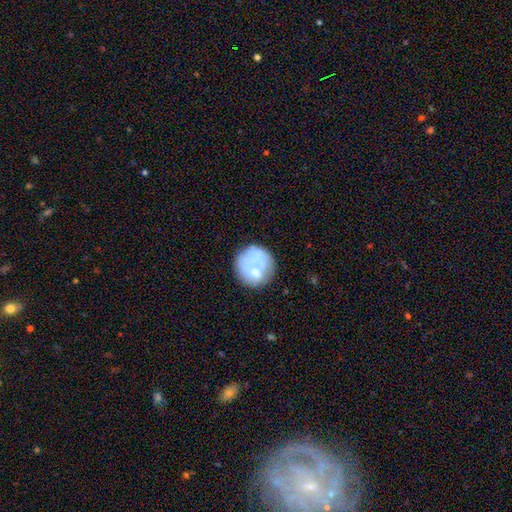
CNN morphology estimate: The model was most divided on "smooth or featured": smooth: 51%, featured or disk: 40%, star or artifact: 9%. More confident: how rounded — round (89%); merging — none (59%).